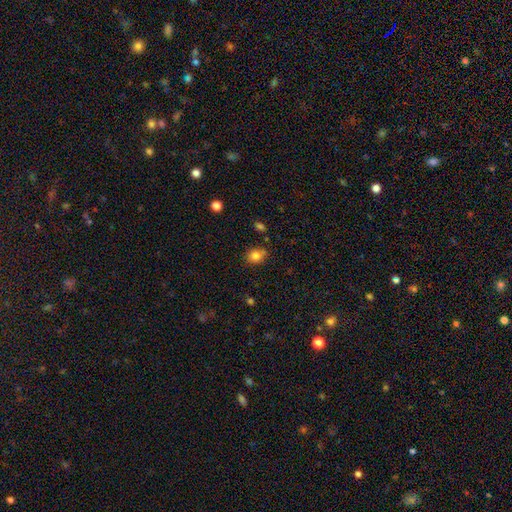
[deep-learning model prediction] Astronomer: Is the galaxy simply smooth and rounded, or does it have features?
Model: smooth — 82%.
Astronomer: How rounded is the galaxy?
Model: round — 56% (runner-up: in between, 43%).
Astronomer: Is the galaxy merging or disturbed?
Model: none — 72%.